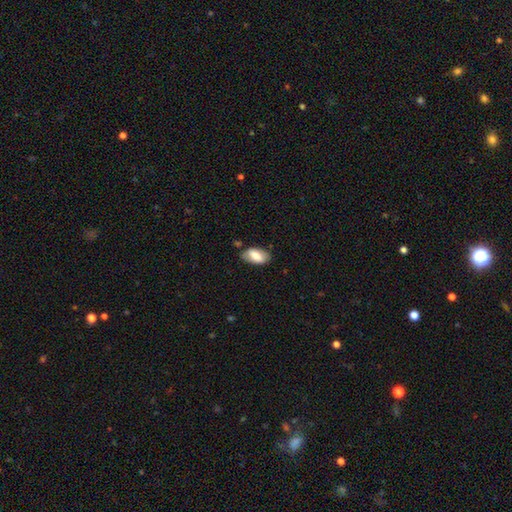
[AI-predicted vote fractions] This is likely a smooth galaxy (73%). How rounded: clearly in between (92%). Merging: likely none (73%).